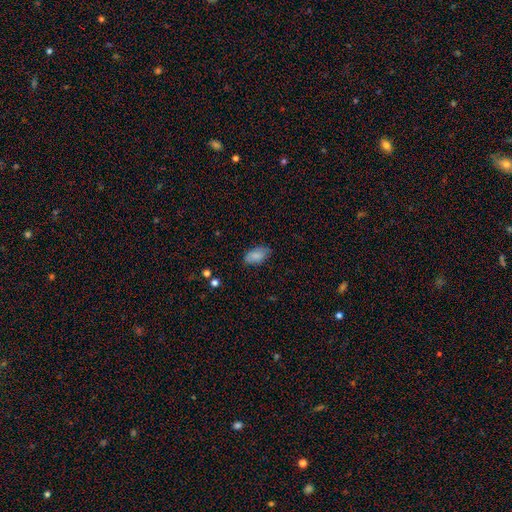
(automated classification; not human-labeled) The model was most divided on "merging": none: 77%, minor disturbance: 18%, major disturbance: 4%, merger: 1%. More confident: how rounded — in between (93%); smooth or featured — smooth (85%).